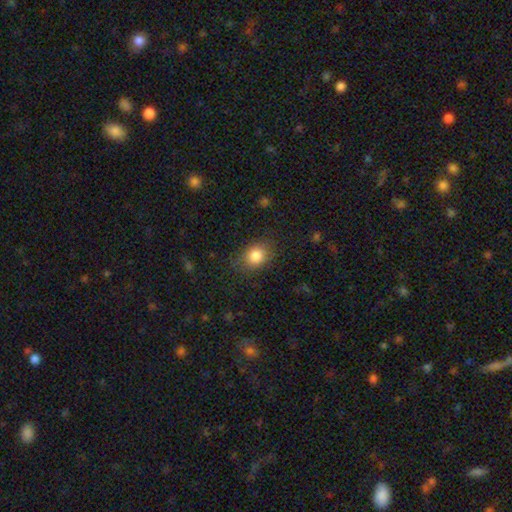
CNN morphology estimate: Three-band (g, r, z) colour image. It shows a smooth galaxy with no disk features (84%) that is in between round and cigar-shaped (51%). Merging: none (79%).